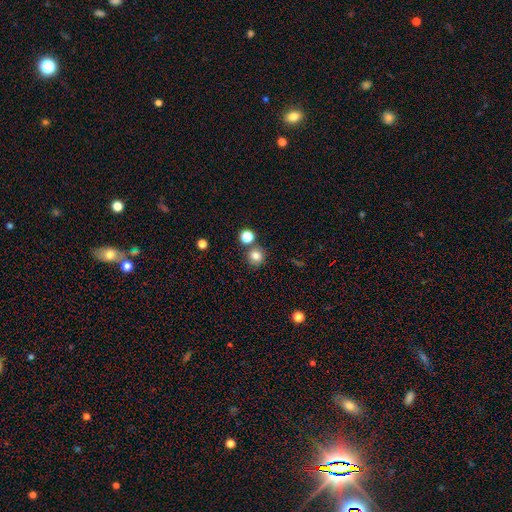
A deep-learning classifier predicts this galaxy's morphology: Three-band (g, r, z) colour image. It shows a smooth galaxy with no disk features (80%) that is round (91%). Merging: none (79%).